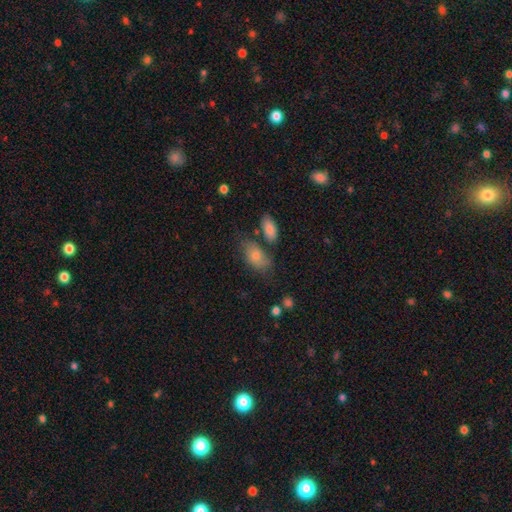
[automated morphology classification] This appears to be a smooth galaxy with no disk features (71%) that is in between round and cigar-shaped (88%). Merging: none (57%).